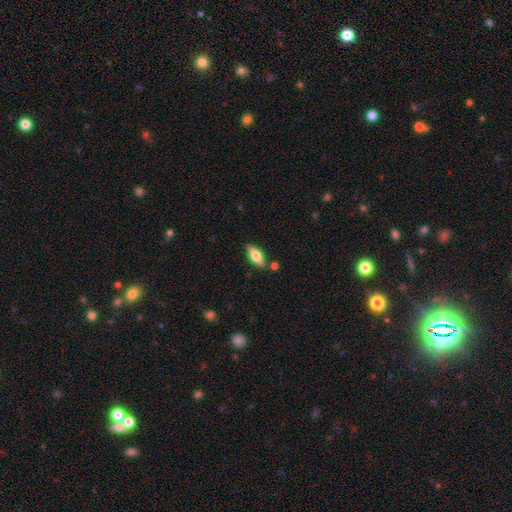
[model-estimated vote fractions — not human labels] Smooth or featured: smooth — 64% (featured or disk — 30%)
How rounded: in between — 77% (cigar-shaped — 21%)
Merging: none — 80% (minor disturbance — 12%)